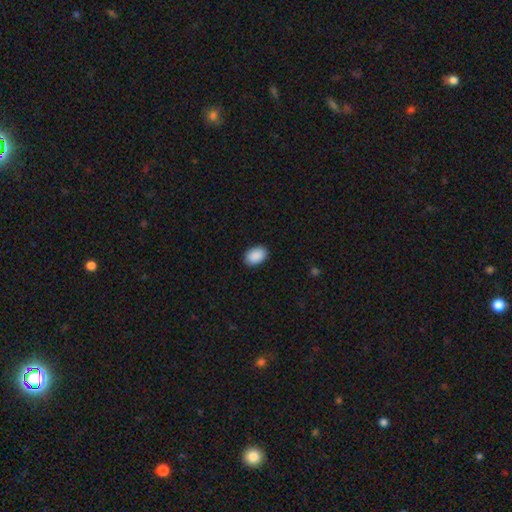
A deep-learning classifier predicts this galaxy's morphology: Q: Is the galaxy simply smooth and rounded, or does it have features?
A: smooth — 91%.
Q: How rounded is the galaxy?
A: in between — 87%.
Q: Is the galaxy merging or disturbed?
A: none — 89%.